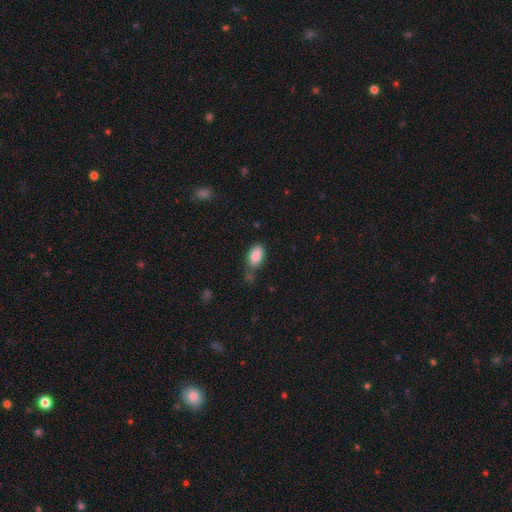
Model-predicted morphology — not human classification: This is clearly a smooth galaxy (87%). How rounded: clearly in between (92%). Merging: likely none (61%).